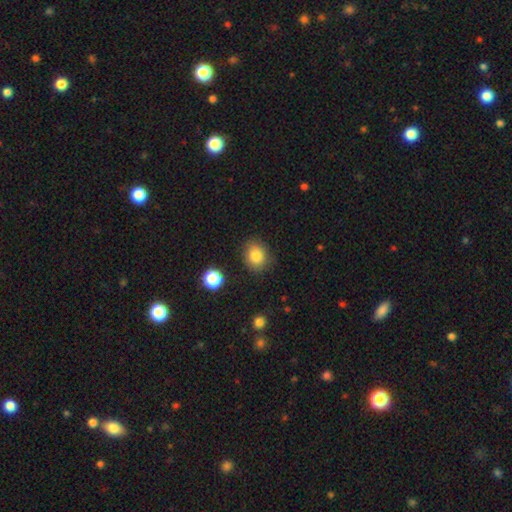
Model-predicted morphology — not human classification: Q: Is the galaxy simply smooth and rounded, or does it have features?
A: smooth — 84%.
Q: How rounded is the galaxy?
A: round — 62%.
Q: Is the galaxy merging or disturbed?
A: none — 82%.